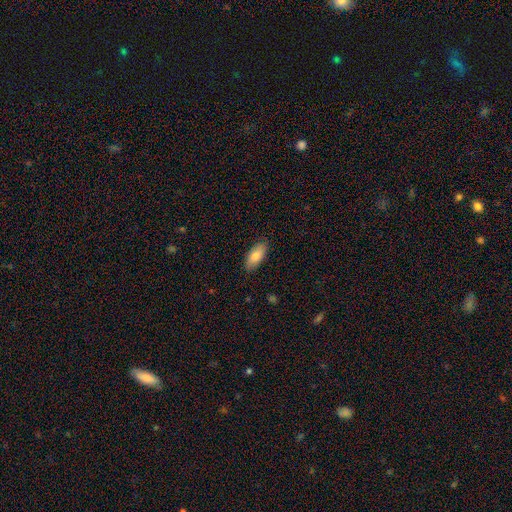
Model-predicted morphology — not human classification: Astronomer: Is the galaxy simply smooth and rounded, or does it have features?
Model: smooth — 84%.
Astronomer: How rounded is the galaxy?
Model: in between — 85%.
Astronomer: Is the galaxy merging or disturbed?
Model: none — 87%.